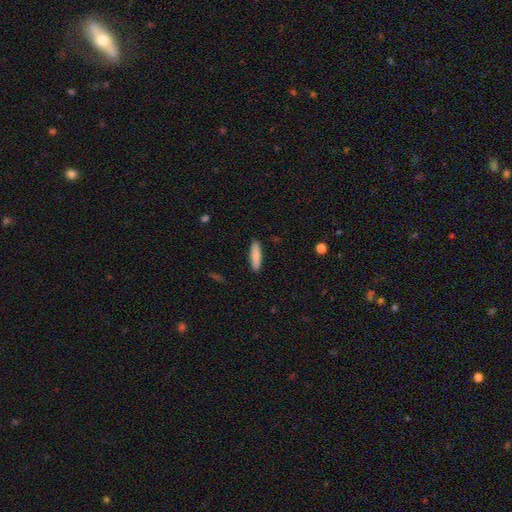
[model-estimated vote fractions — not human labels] A smooth galaxy with no disk features (84%) that is cigar-shaped (70%). Merging: none (90%).